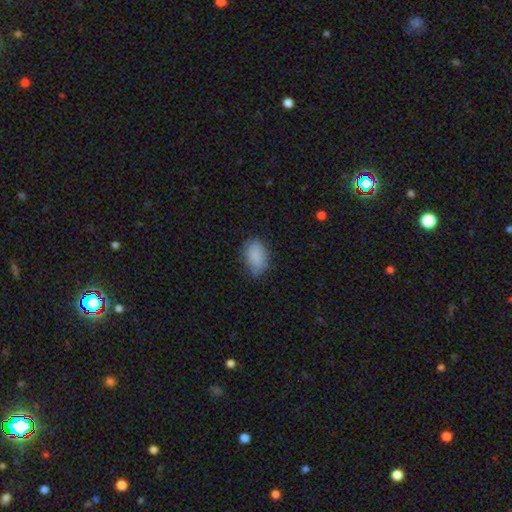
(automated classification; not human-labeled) Q: Smooth or featured?
A: smooth (86%); runner-up: star or artifact (8%)
Q: How rounded?
A: in between (87%); runner-up: round (12%)
Q: Merging?
A: none (70%); runner-up: minor disturbance (24%)